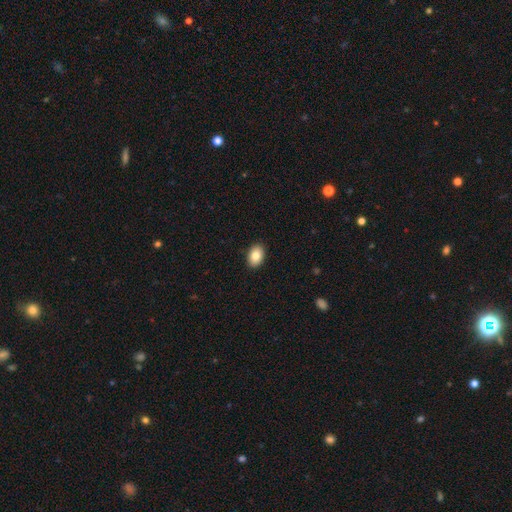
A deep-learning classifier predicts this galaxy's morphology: smooth-or-featured: smooth: 84% | featured or disk: 9% | star or artifact: 7%
  how-rounded: in between: 85% | round: 13% | cigar-shaped: 1%
  merging: none: 91% | minor disturbance: 7% | major disturbance: 2% | merger: 1%